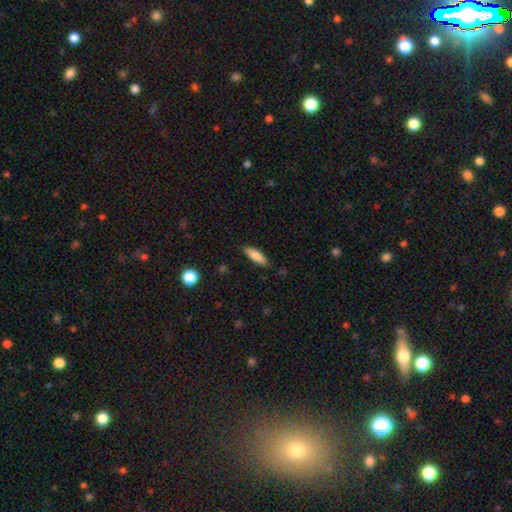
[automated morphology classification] Smooth or featured?
  - smooth: 78% *
  - featured or disk: 16%
  - star or artifact: 6%
How rounded?
  - in between: 51% *
  - cigar-shaped: 47%
  - round: 2%
Merging?
  - none: 85% *
  - minor disturbance: 12%
  - major disturbance: 2%
  - merger: 1%